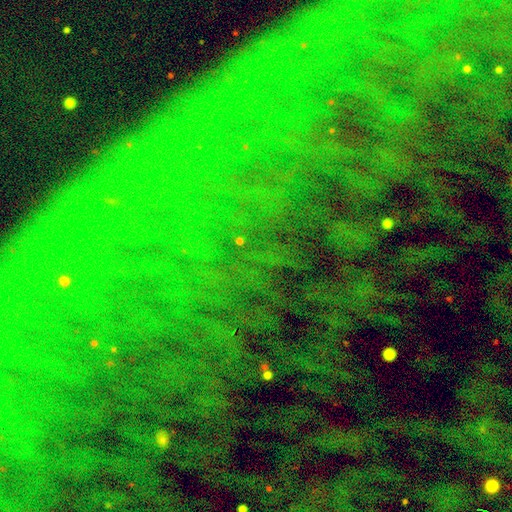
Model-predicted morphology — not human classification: A star or artifact, not a galaxy (82%).

Vote fractions:
- Smooth or featured? star or artifact: 82% / smooth: 9% / featured or disk: 8%